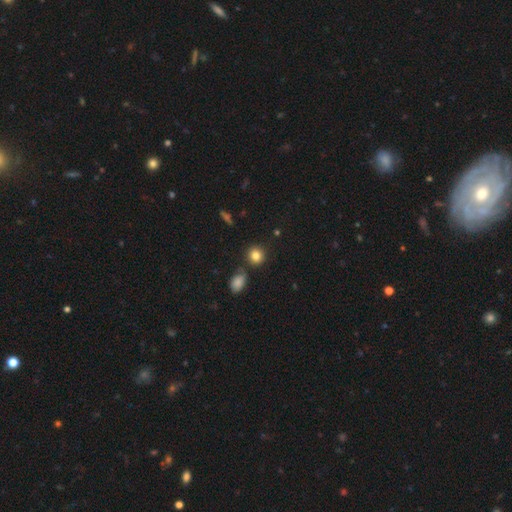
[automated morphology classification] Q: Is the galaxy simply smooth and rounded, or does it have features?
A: smooth — 83%.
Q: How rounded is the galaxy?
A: round — 86%.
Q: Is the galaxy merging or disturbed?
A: none — 81%.